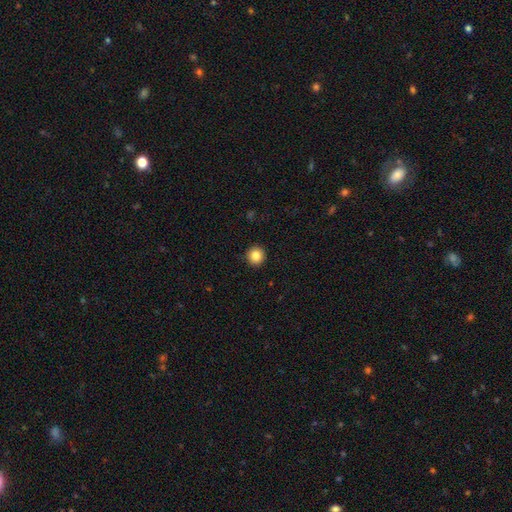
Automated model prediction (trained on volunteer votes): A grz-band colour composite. It shows a smooth galaxy with no disk features (85%) that is round (95%). Merging: none (93%).